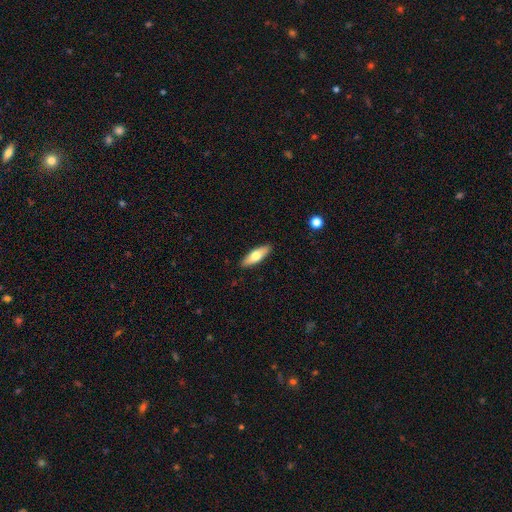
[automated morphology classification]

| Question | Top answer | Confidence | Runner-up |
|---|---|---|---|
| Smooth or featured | smooth | 64% | featured or disk (31%) |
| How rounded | in between | 54% | cigar-shaped (44%) |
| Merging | none | 89% | minor disturbance (8%) |